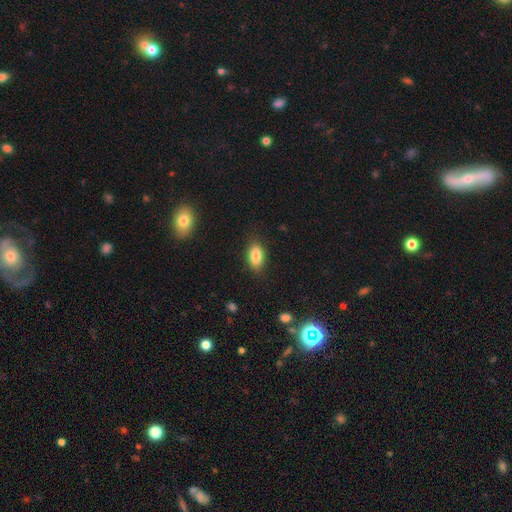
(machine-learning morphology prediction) Q: Smooth or featured?
A: smooth (85%); runner-up: star or artifact (8%)
Q: How rounded?
A: in between (89%); runner-up: cigar-shaped (7%)
Q: Merging?
A: none (83%); runner-up: minor disturbance (12%)